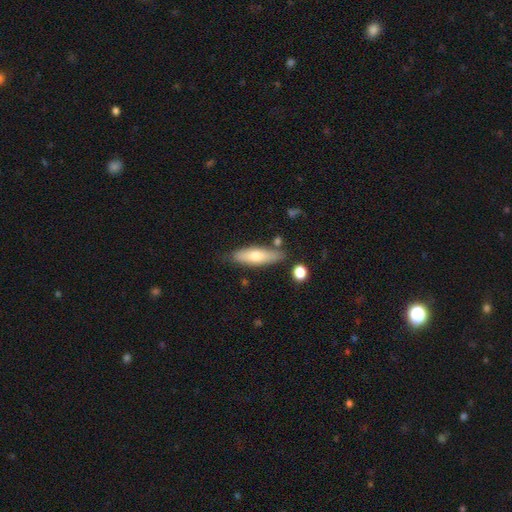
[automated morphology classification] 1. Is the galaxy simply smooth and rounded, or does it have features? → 63% smooth, 30% featured or disk, 7% star or artifact.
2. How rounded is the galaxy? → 61% cigar-shaped, 37% in between, 2% round.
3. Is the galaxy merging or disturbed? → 78% none, 14% minor disturbance, 5% merger, 3% major disturbance.